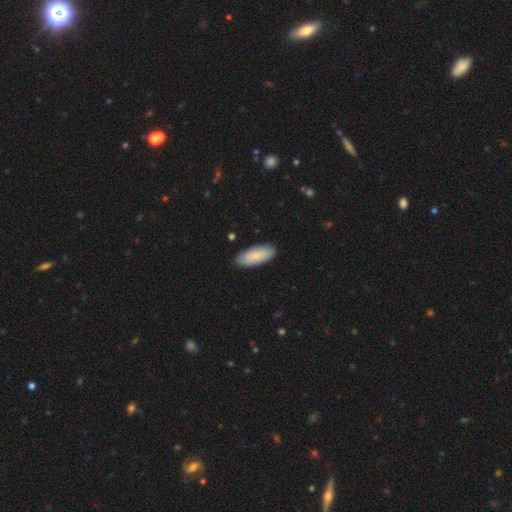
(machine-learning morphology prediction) A smooth galaxy with no disk features (83%) that is in between round and cigar-shaped (83%). Merging: none (86%).